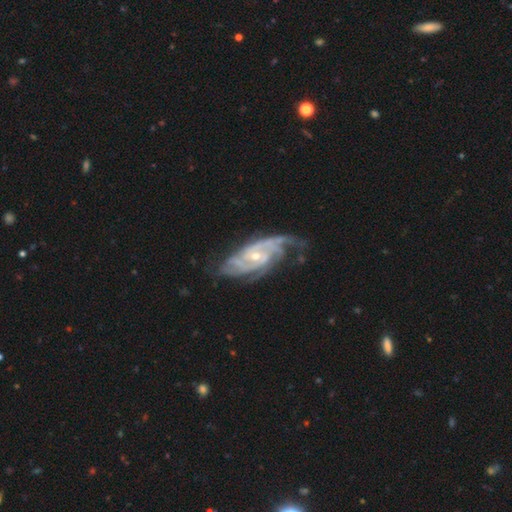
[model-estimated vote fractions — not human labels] A featured or disk galaxy (92%) with no bar (52%), 2 (31%) tight (55%) spiral arms (98%) and a small central bulge (62%).

Vote fractions:
- Smooth or featured? featured or disk: 92% / star or artifact: 5% / smooth: 4%
- Edge-on disk? no: 96% / yes: 4%
- Bar? no: 52% / weak: 35% / strong: 13%
- Spiral arms? yes: 98% / no: 2%
- Spiral winding? tight: 55% / medium: 38% / loose: 8%
- Spiral arm count? 2: 31% / 3: 29% / can't tell: 16% / 4: 13% / more than 4: 6% / 1: 6%
- Bulge size? small: 62% / moderate: 35% / large: 1% / none: 1% / dominant: 1%
- Merging? none: 62% / minor disturbance: 23% / major disturbance: 13% / merger: 2%